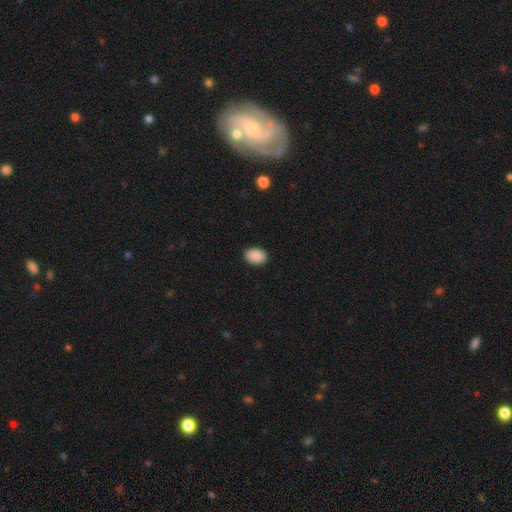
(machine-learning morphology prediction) A smooth galaxy with no disk features (91%) that is in between round and cigar-shaped (85%).

Vote fractions:
- Smooth or featured? smooth: 91% / star or artifact: 7% / featured or disk: 2%
- How rounded? in between: 85% / round: 14% / cigar-shaped: 1%
- Merging? none: 88% / minor disturbance: 9% / major disturbance: 2% / merger: 1%